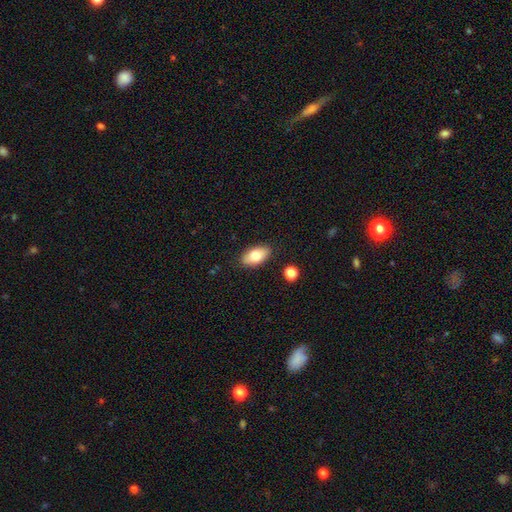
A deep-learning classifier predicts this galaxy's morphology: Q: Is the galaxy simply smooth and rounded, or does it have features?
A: smooth — 77%.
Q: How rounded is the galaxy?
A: in between — 92%.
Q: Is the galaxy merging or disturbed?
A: none — 86%.